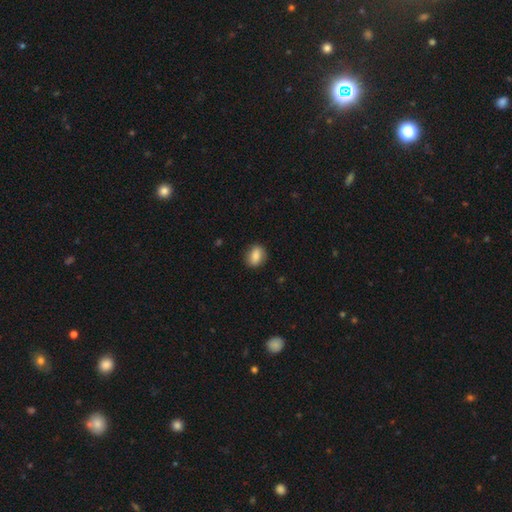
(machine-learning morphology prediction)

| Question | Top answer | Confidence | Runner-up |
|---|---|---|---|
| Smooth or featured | smooth | 84% | featured or disk (8%) |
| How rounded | in between | 65% | round (33%) |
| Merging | none | 84% | minor disturbance (12%) |